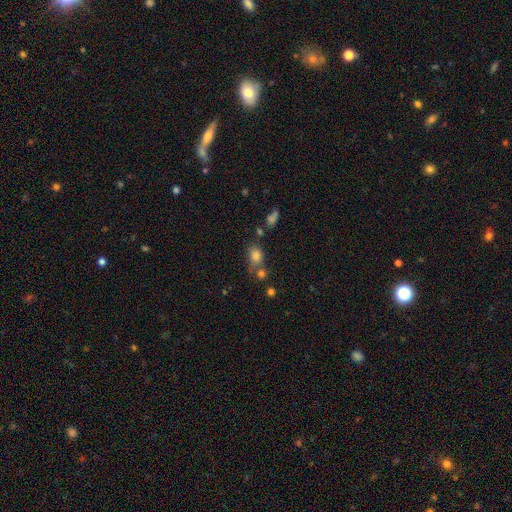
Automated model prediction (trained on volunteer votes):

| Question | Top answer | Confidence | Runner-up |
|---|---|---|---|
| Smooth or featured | smooth | 78% | star or artifact (14%) |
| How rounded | in between | 58% | round (40%) |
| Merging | none | 54% | merger (22%) |